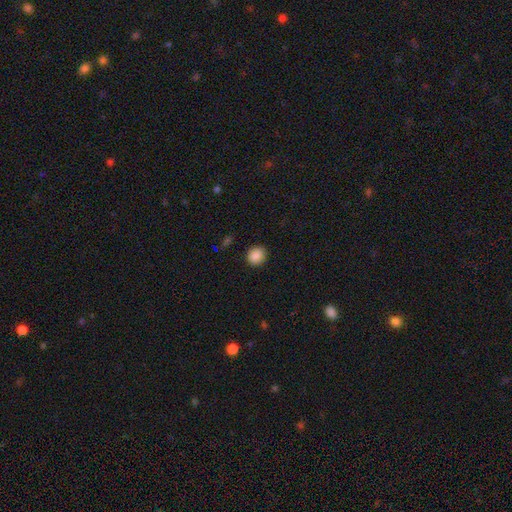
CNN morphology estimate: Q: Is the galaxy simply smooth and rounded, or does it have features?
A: smooth — 87%.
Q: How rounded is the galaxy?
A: round — 82%.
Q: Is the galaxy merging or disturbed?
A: none — 91%.